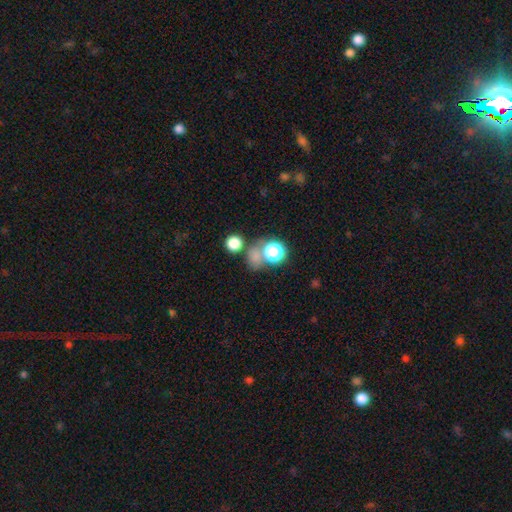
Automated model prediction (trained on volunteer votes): smooth 64%, star or artifact 27%, featured or disk 9%. Down the decision tree: how rounded — round (73%); merging — none (55%).